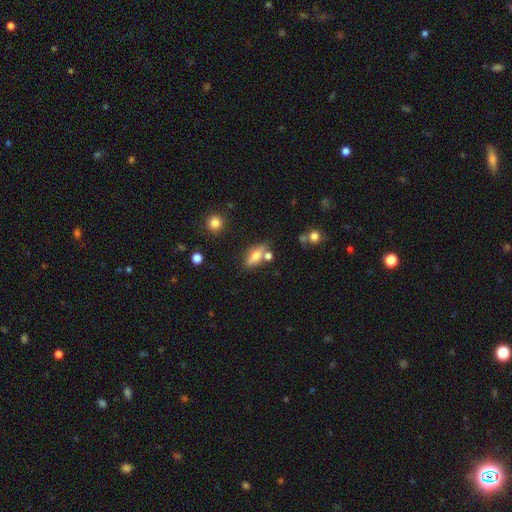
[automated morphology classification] smooth 66%, featured or disk 25%, star or artifact 9%. Down the decision tree: how rounded — in between (75%); merging — none (63%).